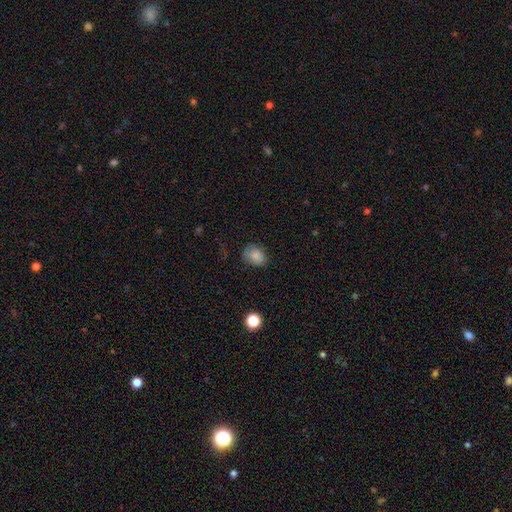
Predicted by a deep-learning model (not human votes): smooth 81%, star or artifact 10%, featured or disk 9%. Down the decision tree: how rounded — in between (51%); merging — none (64%).